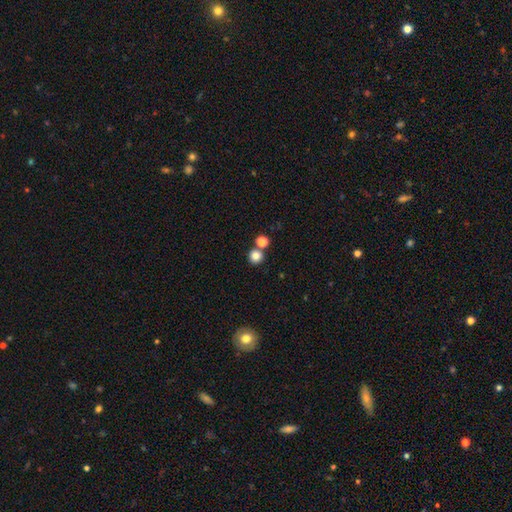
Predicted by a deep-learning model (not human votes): A smooth galaxy with no disk features (82%) that is round (92%).

Vote fractions:
- Smooth or featured? smooth: 82% / star or artifact: 13% / featured or disk: 6%
- How rounded? round: 92% / in between: 7% / cigar-shaped: 1%
- Merging? none: 71% / merger: 20% / minor disturbance: 7% / major disturbance: 3%